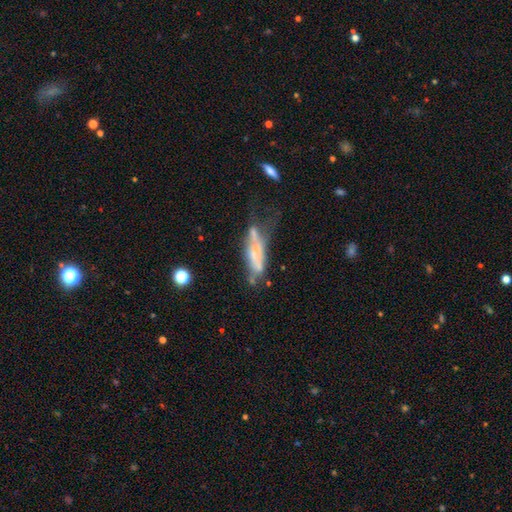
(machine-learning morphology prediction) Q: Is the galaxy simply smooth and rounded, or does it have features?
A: featured or disk — 49%.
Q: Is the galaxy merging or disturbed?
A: major disturbance — 28%.